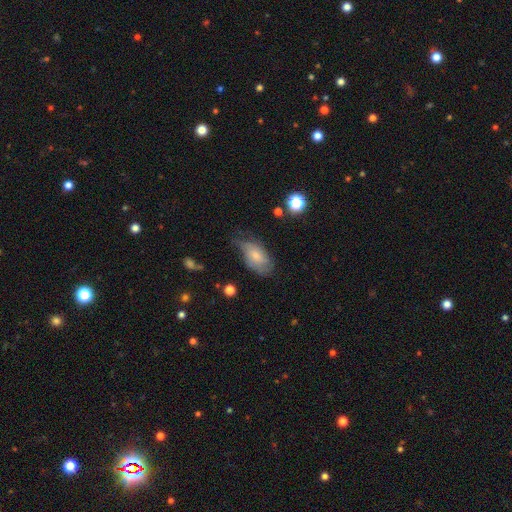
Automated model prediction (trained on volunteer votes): A smooth galaxy with no disk features (58%) that is in between round and cigar-shaped (91%). Merging: none (41%).